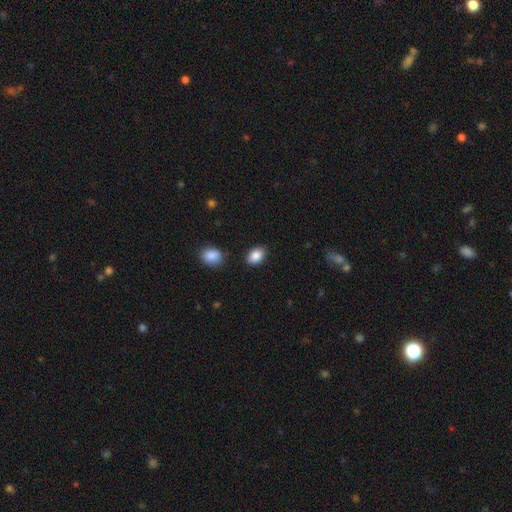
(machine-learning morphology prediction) A smooth galaxy with no disk features (87%) that is in between round and cigar-shaped (84%).

Vote fractions:
- Smooth or featured? smooth: 87% / star or artifact: 8% / featured or disk: 5%
- How rounded? in between: 84% / round: 15% / cigar-shaped: 1%
- Merging? none: 85% / minor disturbance: 10% / merger: 3% / major disturbance: 2%